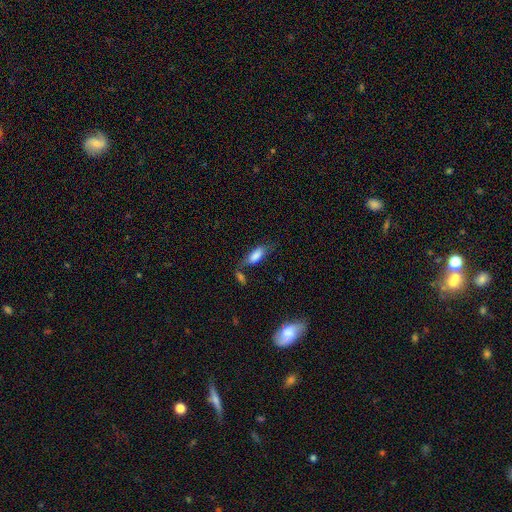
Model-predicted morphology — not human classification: Q: Smooth or featured?
A: smooth (80%); runner-up: featured or disk (12%)
Q: How rounded?
A: in between (77%); runner-up: cigar-shaped (21%)
Q: Merging?
A: none (47%); runner-up: minor disturbance (22%)